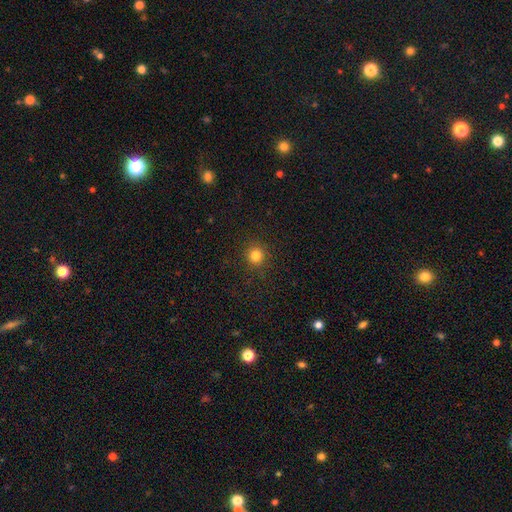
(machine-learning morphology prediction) This is clearly a smooth galaxy (82%). How rounded: clearly round (94%). Merging: clearly none (91%).